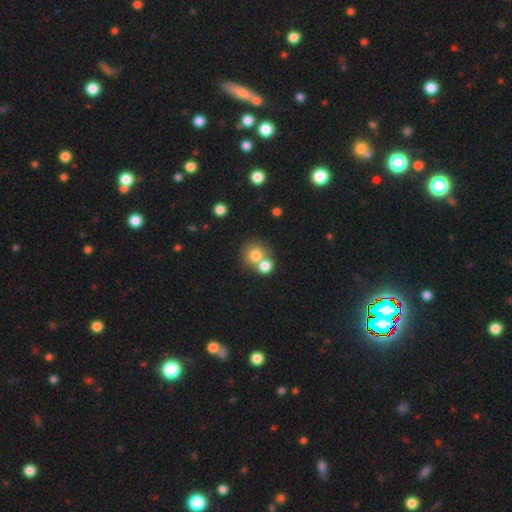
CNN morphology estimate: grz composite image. It shows a smooth galaxy with no disk features (77%) that is round (84%). Merging: merger (50%).